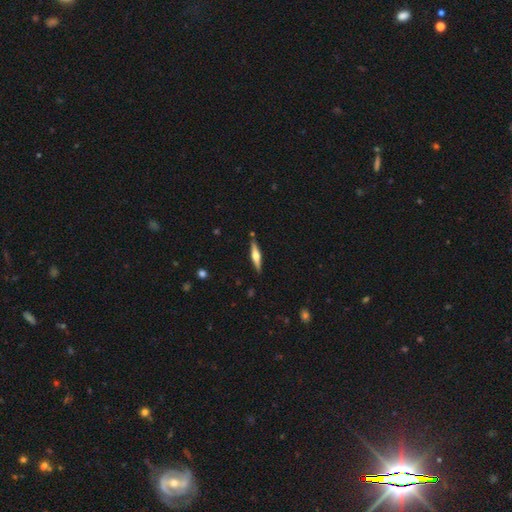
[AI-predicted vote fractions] Smooth or featured: featured or disk — 63% (smooth — 32%)
Edge-on disk: yes — 97% (no — 3%)
Edge-on bulge: rounded — 90% (boxy — 7%)
Merging: none — 88% (minor disturbance — 8%)